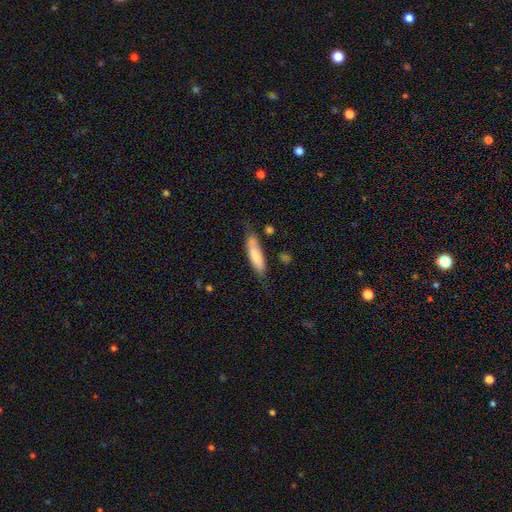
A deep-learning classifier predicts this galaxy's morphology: The model was most divided on "how rounded": cigar-shaped: 64%, in between: 35%, round: 2%. More confident: smooth or featured — smooth (75%); merging — none (61%).